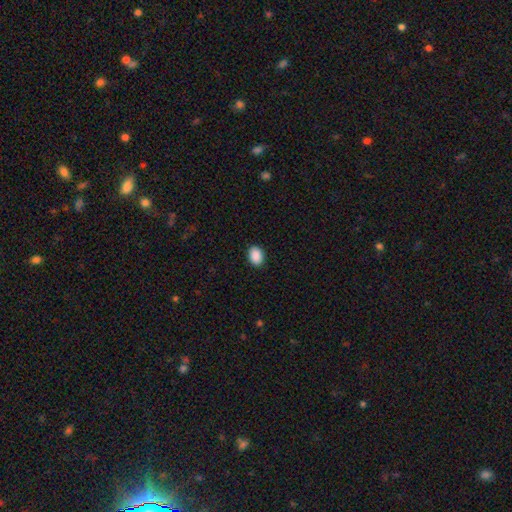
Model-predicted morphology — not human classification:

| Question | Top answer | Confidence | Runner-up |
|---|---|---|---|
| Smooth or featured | smooth | 91% | star or artifact (7%) |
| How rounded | in between | 76% | round (23%) |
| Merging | none | 90% | minor disturbance (7%) |